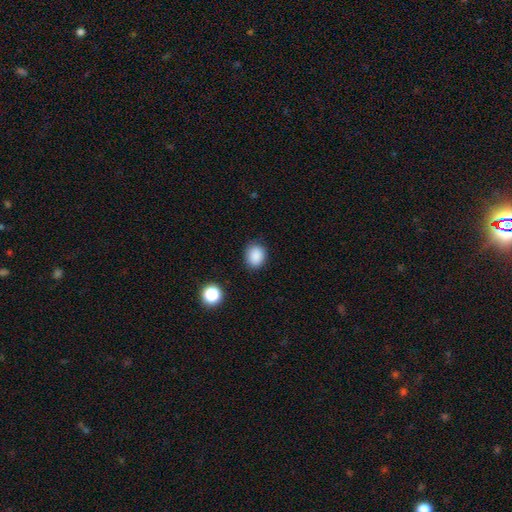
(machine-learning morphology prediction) Smooth or featured?
  - smooth: 87% *
  - star or artifact: 10%
  - featured or disk: 3%
How rounded?
  - round: 54% *
  - in between: 45%
  - cigar-shaped: 1%
Merging?
  - none: 84% *
  - minor disturbance: 12%
  - major disturbance: 3%
  - merger: 2%